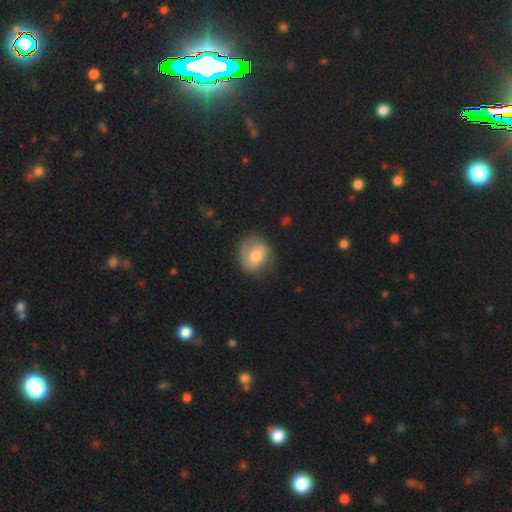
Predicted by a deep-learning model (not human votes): Smooth or featured?
  - smooth: 58% *
  - featured or disk: 34%
  - star or artifact: 8%
How rounded?
  - round: 69% *
  - in between: 30%
  - cigar-shaped: 1%
Merging?
  - none: 68% *
  - minor disturbance: 22%
  - major disturbance: 8%
  - merger: 1%